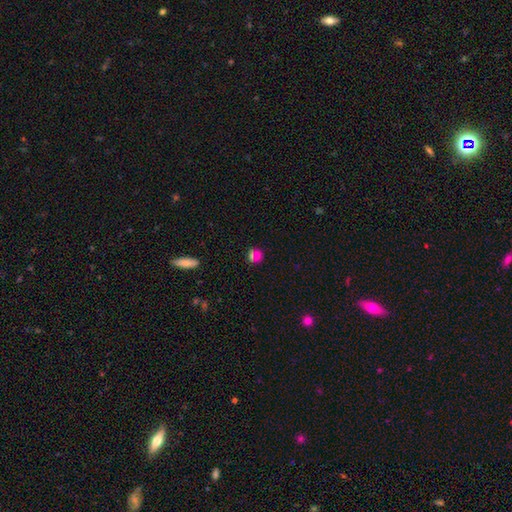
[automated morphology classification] This is likely a smooth galaxy (68%). How rounded: clearly round (84%). Merging: likely none (61%).